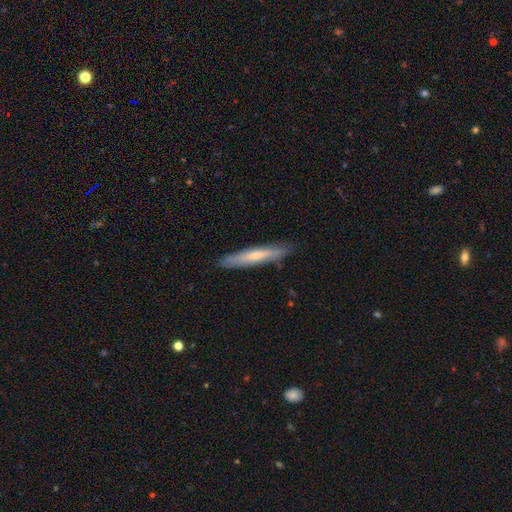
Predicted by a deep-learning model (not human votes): A smooth galaxy with no disk features (52%) that is cigar-shaped (93%). Merging: none (88%).